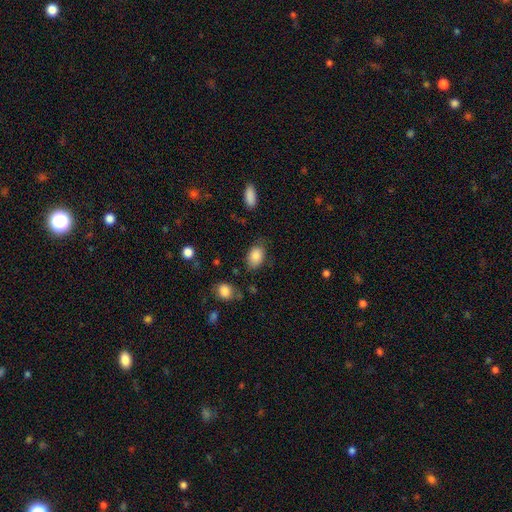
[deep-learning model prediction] A smooth galaxy with no disk features (85%) that is in between round and cigar-shaped (82%). Merging: none (69%).